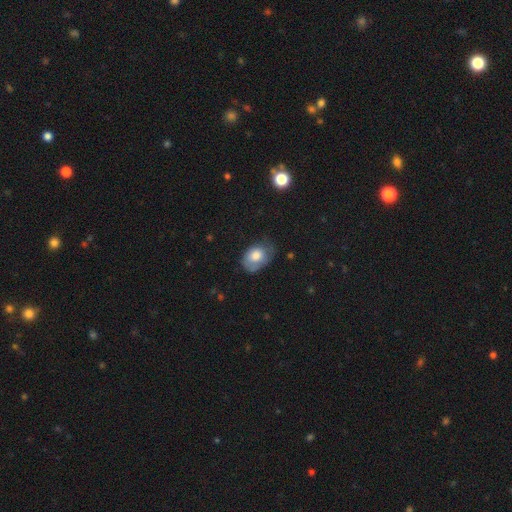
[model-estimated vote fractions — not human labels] The model was most divided on "merging": none: 47%, minor disturbance: 35%, major disturbance: 16%, merger: 2%. More confident: how rounded — in between (75%); smooth or featured — smooth (69%).